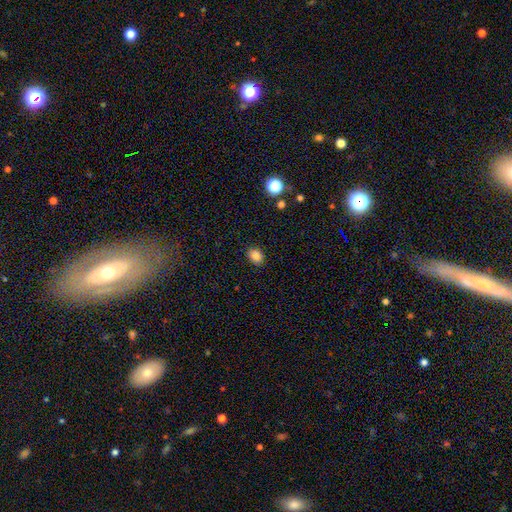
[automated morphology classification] A smooth galaxy with no disk features (83%) that is in between round and cigar-shaped (54%).

Vote fractions:
- Smooth or featured? smooth: 83% / star or artifact: 11% / featured or disk: 6%
- How rounded? in between: 54% / round: 45% / cigar-shaped: 1%
- Merging? none: 89% / minor disturbance: 8% / major disturbance: 2% / merger: 1%